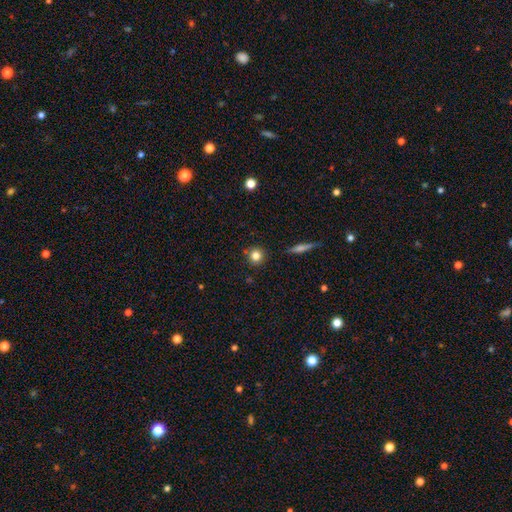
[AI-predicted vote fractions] smooth-or-featured: smooth: 81% | star or artifact: 11% | featured or disk: 8%
  how-rounded: round: 92% | in between: 7% | cigar-shaped: 1%
  merging: none: 86% | minor disturbance: 8% | merger: 4% | major disturbance: 2%